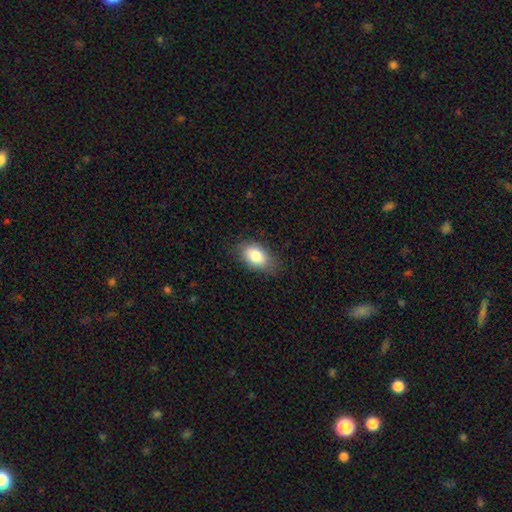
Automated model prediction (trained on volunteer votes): This is clearly a smooth galaxy (82%). How rounded: clearly in between (88%). Merging: likely none (77%).